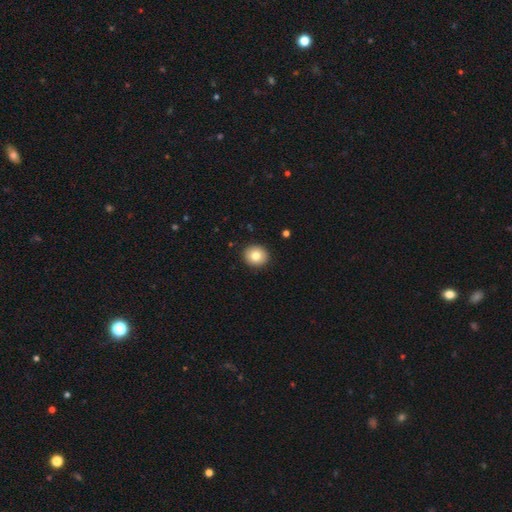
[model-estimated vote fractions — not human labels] Smooth or featured: smooth — 81% (featured or disk — 10%)
How rounded: round — 82% (in between — 17%)
Merging: none — 92% (minor disturbance — 6%)